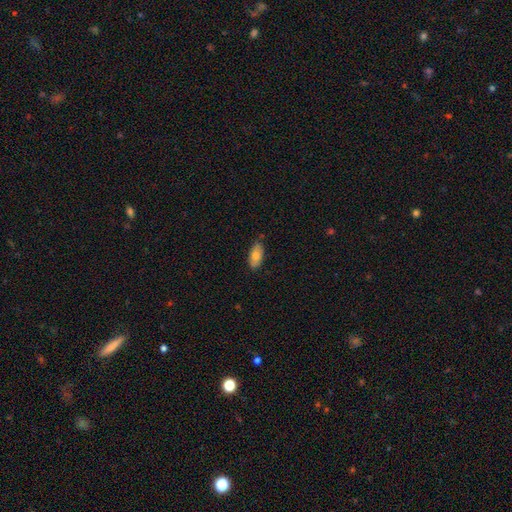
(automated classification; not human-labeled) Q: Smooth or featured?
A: smooth (74%); runner-up: featured or disk (19%)
Q: How rounded?
A: in between (90%); runner-up: cigar-shaped (7%)
Q: Merging?
A: none (78%); runner-up: minor disturbance (18%)